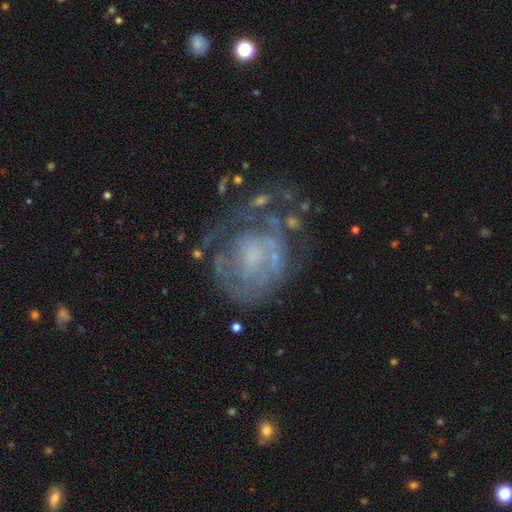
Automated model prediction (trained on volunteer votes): Smooth or featured: featured or disk — 71% (smooth — 18%)
Edge-on disk: no — 97% (yes — 3%)
Bar: no — 79% (weak — 17%)
Spiral arms: yes — 51% (no — 49%)
Bulge size: none — 40% (small — 29%)
Merging: none — 43% (major disturbance — 32%)